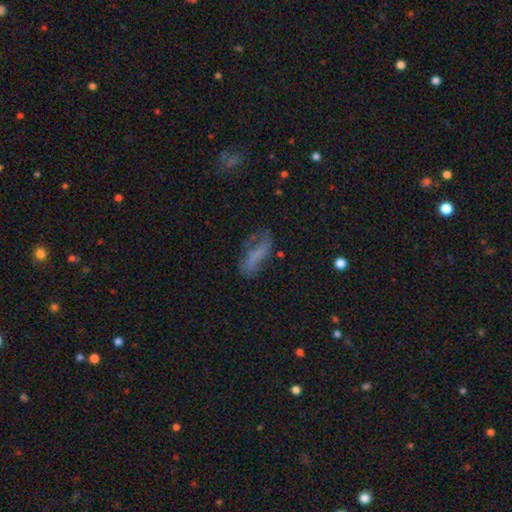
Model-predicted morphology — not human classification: A smooth galaxy with no disk features (51%) that is in between round and cigar-shaped (61%).

Vote fractions:
- Smooth or featured? smooth: 51% / featured or disk: 35% / star or artifact: 14%
- How rounded? in between: 61% / cigar-shaped: 36% / round: 3%
- Merging? none: 43% / minor disturbance: 27% / major disturbance: 25% / merger: 4%